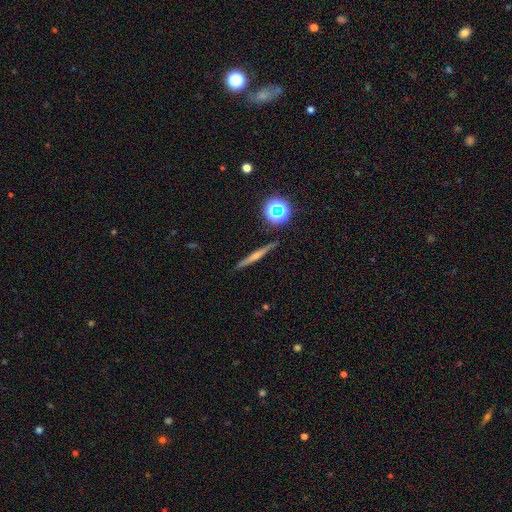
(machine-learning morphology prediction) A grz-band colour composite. It shows a featured or disk galaxy (48%). Merging: none (88%).